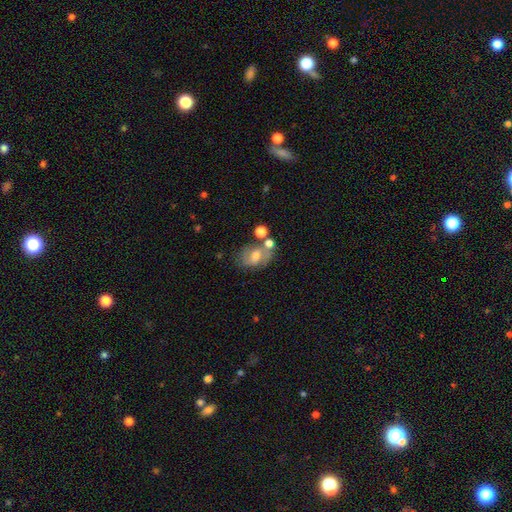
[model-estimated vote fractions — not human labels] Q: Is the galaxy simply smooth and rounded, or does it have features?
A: smooth — 47%.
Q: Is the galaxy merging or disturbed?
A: none — 46%.